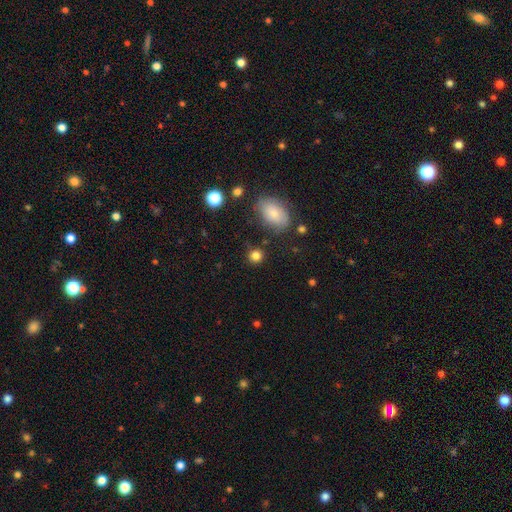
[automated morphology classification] Overall: smooth (83%). How rounded: round (85%). Merging: none (82%).